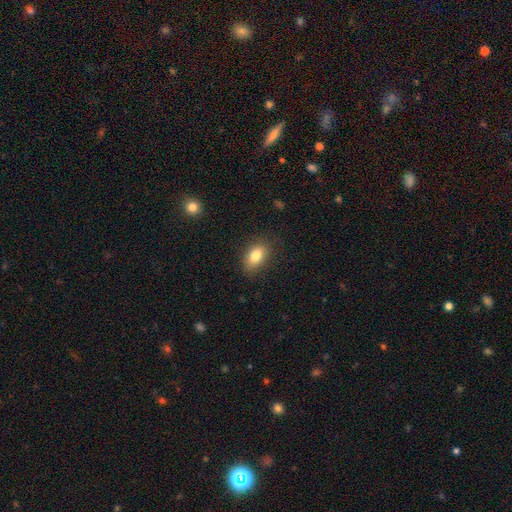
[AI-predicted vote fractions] smooth_or_featured: smooth (p=0.82) [alt: featured or disk p=0.09]
how_rounded: in between (p=0.85) [alt: round p=0.13]
merging: none (p=0.84) [alt: minor disturbance p=0.12]